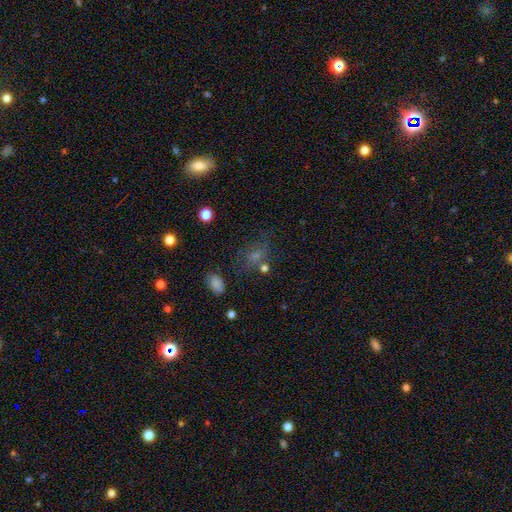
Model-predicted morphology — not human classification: A smooth galaxy with no disk features (40%).

Vote fractions:
- Smooth or featured? smooth: 40% / star or artifact: 36% / featured or disk: 24%
- Merging? none: 58% / minor disturbance: 18% / major disturbance: 14% / merger: 9%